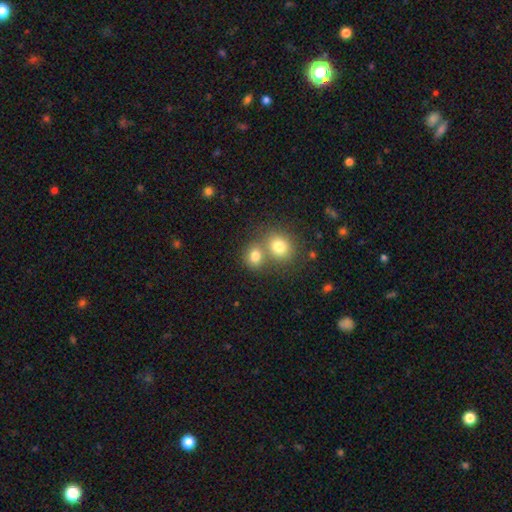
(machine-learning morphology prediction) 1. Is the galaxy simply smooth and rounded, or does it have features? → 79% smooth, 12% star or artifact, 9% featured or disk.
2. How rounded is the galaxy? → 69% round, 30% in between, 1% cigar-shaped.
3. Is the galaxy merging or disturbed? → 47% merger, 42% none, 7% minor disturbance, 3% major disturbance.